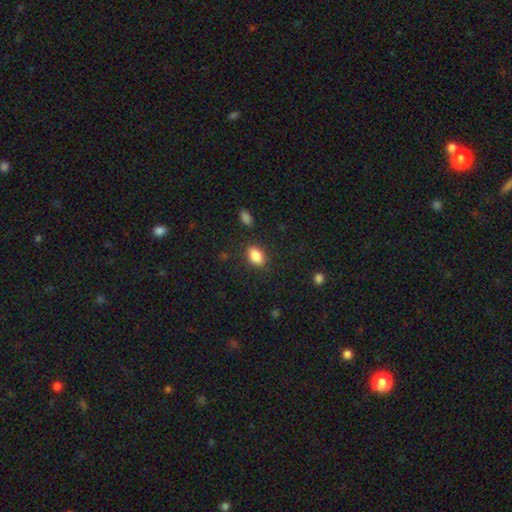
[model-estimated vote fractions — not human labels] Q: Smooth or featured?
A: smooth (85%); runner-up: star or artifact (8%)
Q: How rounded?
A: in between (85%); runner-up: round (12%)
Q: Merging?
A: none (85%); runner-up: minor disturbance (10%)